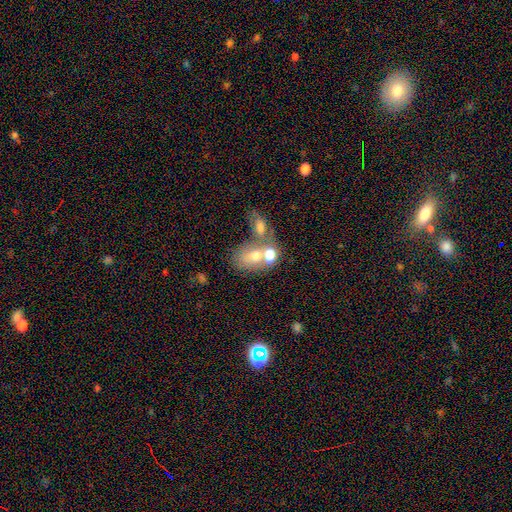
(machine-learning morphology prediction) A smooth galaxy with no disk features (61%) that is in between round and cigar-shaped (73%).

Vote fractions:
- Smooth or featured? smooth: 61% / featured or disk: 27% / star or artifact: 13%
- How rounded? in between: 73% / round: 25% / cigar-shaped: 2%
- Merging? merger: 58% / none: 24% / minor disturbance: 10% / major disturbance: 8%